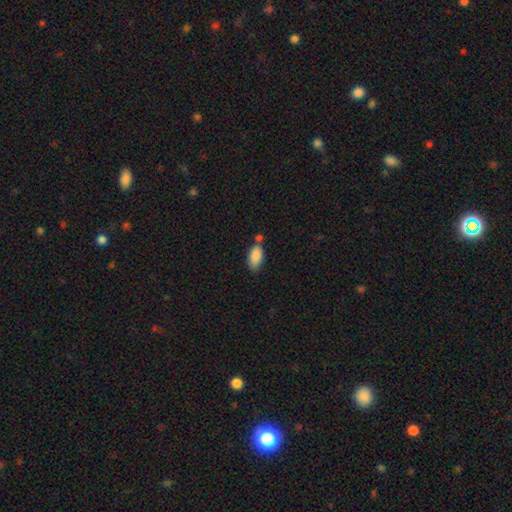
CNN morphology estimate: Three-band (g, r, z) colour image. It shows a smooth galaxy with no disk features (87%) that is in between round and cigar-shaped (93%). Merging: none (59%).